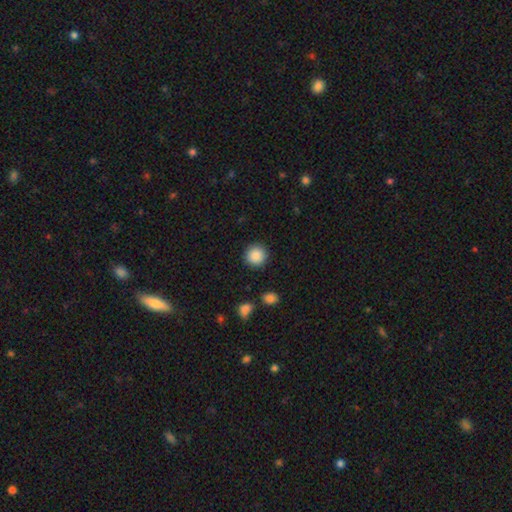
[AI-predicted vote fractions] smooth 88%, star or artifact 8%, featured or disk 4%. Down the decision tree: how rounded — round (94%); merging — none (91%).